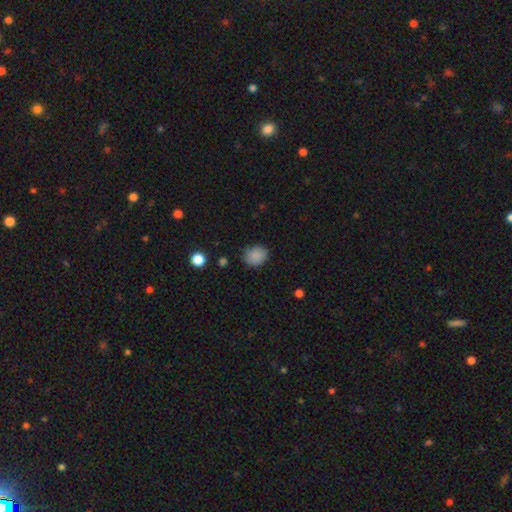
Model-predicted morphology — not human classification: This is clearly a smooth galaxy (86%). How rounded: possibly round (57%). Merging: likely none (77%).